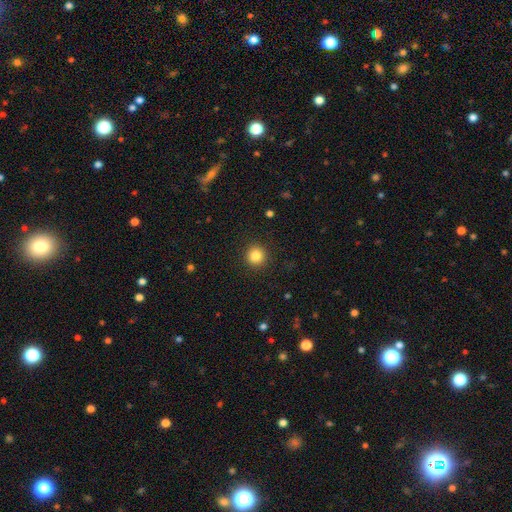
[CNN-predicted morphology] Smooth or featured? Predicted: smooth (p=0.85). How rounded? Predicted: round (p=0.93). Merging? Predicted: none (p=0.91).